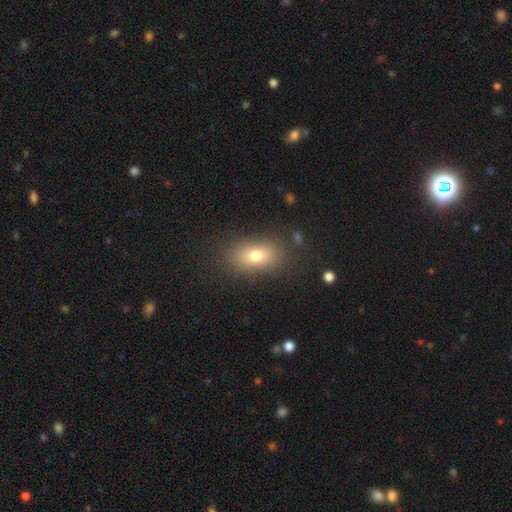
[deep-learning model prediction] Overall: smooth (75%). How rounded: in between (85%). Merging: none (83%).